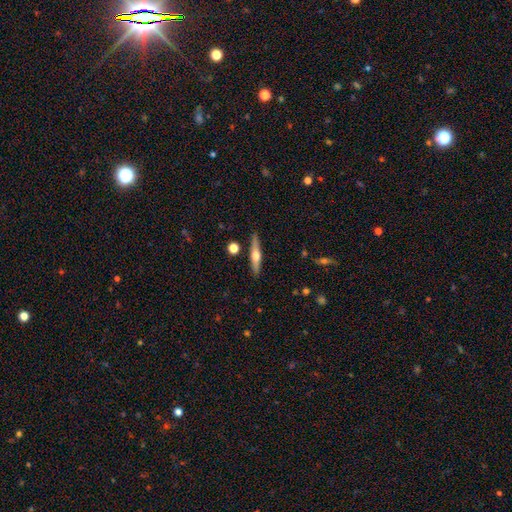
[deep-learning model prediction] Smooth or featured: featured or disk — 55% (smooth — 38%)
Edge-on disk: yes — 95% (no — 5%)
Edge-on bulge: rounded — 92% (none — 5%)
Merging: none — 88% (minor disturbance — 8%)